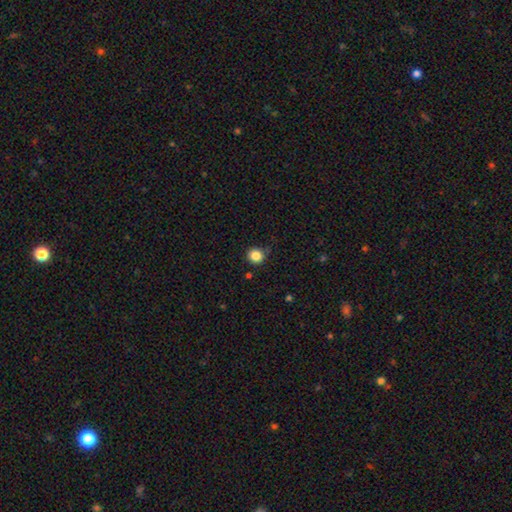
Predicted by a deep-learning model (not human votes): This appears to be a smooth galaxy with no disk features (85%) that is round (92%). Merging: none (86%).